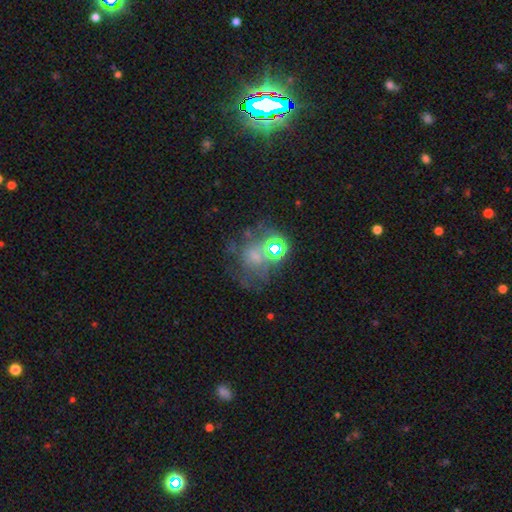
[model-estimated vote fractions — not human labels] Smooth or featured? Predicted: smooth (p=0.40). Merging? Predicted: none (p=0.44).